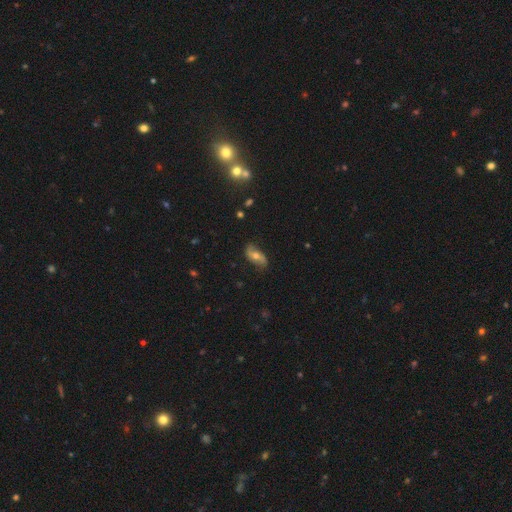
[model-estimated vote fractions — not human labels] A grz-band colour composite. It shows a featured or disk galaxy (60%) with no bar (59%), spiral arms (81%) and a moderate central bulge (68%). Merging: none (77%).